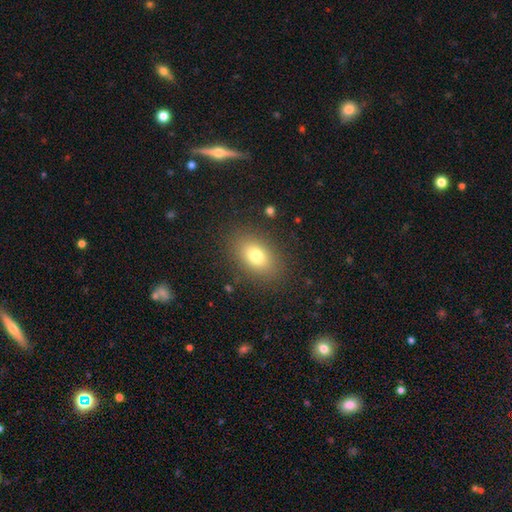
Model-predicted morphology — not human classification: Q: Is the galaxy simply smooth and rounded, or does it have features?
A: smooth — 76%.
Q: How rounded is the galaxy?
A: in between — 78%.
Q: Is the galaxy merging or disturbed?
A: none — 85%.